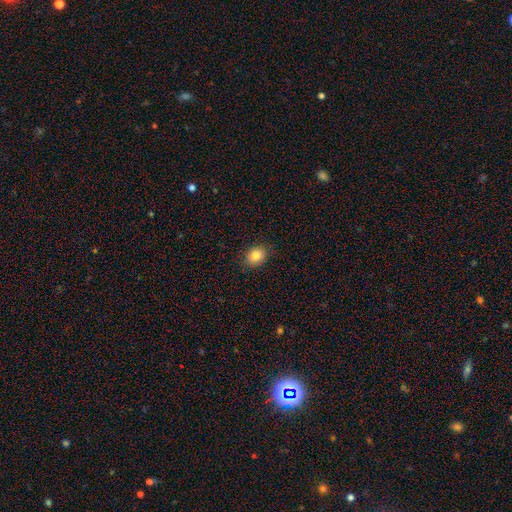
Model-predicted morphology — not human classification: smooth-or-featured: smooth: 85% | star or artifact: 9% | featured or disk: 6%
  how-rounded: in between: 52% | round: 47% | cigar-shaped: 1%
  merging: none: 88% | minor disturbance: 9% | major disturbance: 2% | merger: 1%